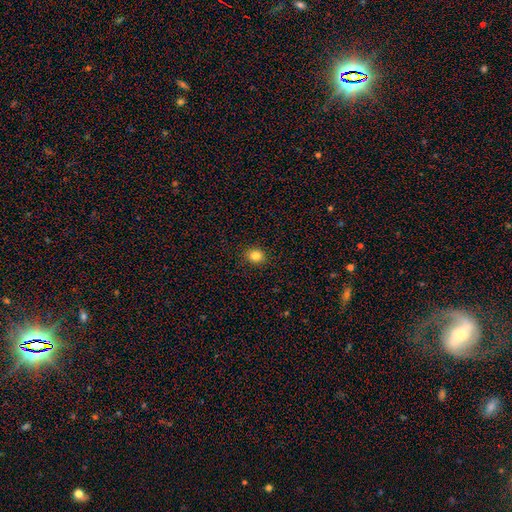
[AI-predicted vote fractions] smooth 83%, star or artifact 11%, featured or disk 5%. Down the decision tree: how rounded — round (68%); merging — none (91%).